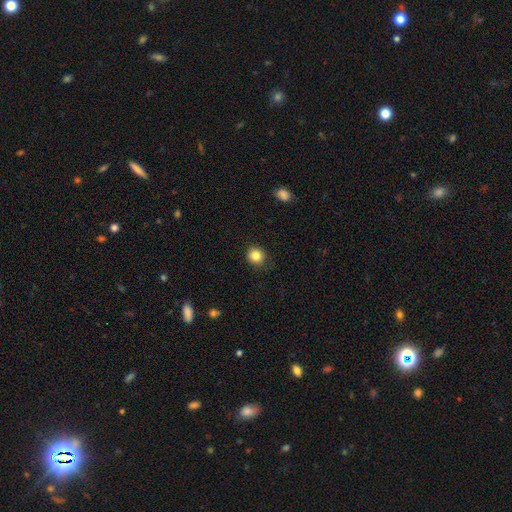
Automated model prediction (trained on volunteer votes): Smooth or featured? smooth (84%)
How rounded? round (90%)
Merging? none (90%)